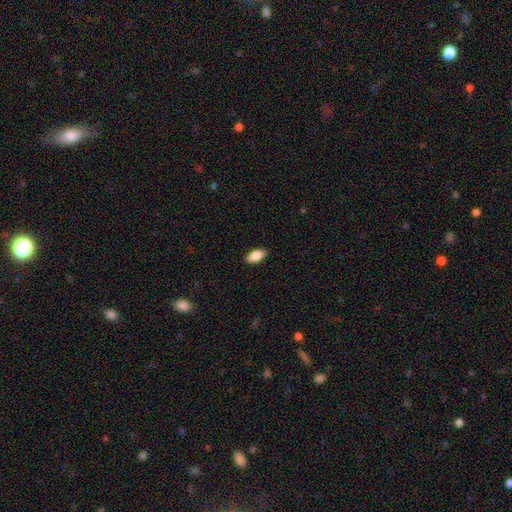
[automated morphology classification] Smooth or featured?
  - smooth: 87% *
  - featured or disk: 7%
  - star or artifact: 7%
How rounded?
  - in between: 91% *
  - cigar-shaped: 7%
  - round: 3%
Merging?
  - none: 89% *
  - minor disturbance: 8%
  - major disturbance: 2%
  - merger: 1%